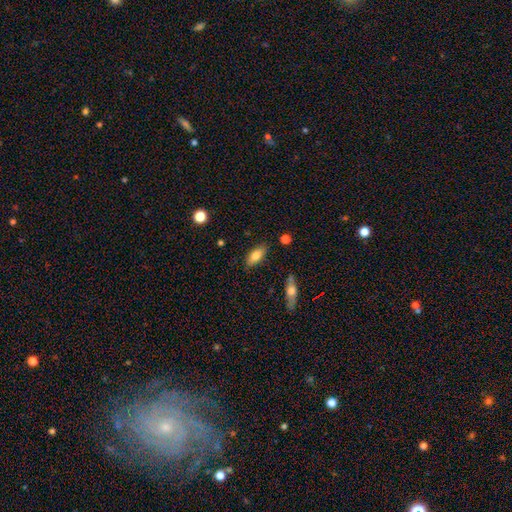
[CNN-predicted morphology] Overall: smooth (76%). How rounded: in between (82%). Merging: none (83%).